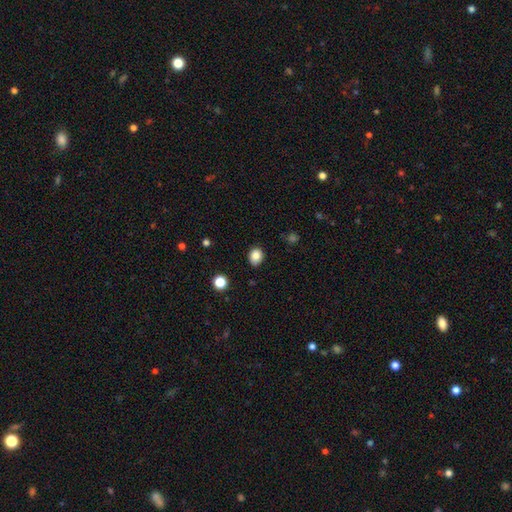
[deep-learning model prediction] Morphology: type=smooth (85%); roundness=in between (50%); merging=none (85%).